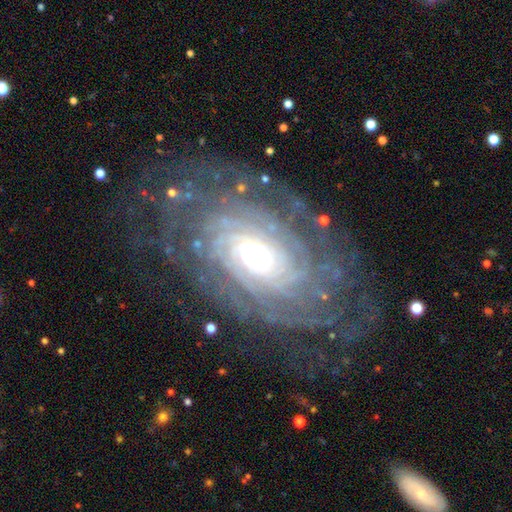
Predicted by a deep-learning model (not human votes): smooth-or-featured: featured or disk: 89% | star or artifact: 6% | smooth: 5%
  disk-edge-on: no: 96% | yes: 4%
    bar: no: 71% | weak: 19% | strong: 9%
    has-spiral-arms: yes: 98% | no: 2%
      spiral-winding: tight: 82% | medium: 15% | loose: 3%
      spiral-arm-count: more than 4: 36% | can't tell: 24% | 4: 15% | 3: 9% | 2: 9% | 1: 7%
    bulge-size: moderate: 44% | small: 39% | large: 14% | dominant: 2% | none: 2%
  merging: none: 75% | minor disturbance: 15% | major disturbance: 8% | merger: 1%